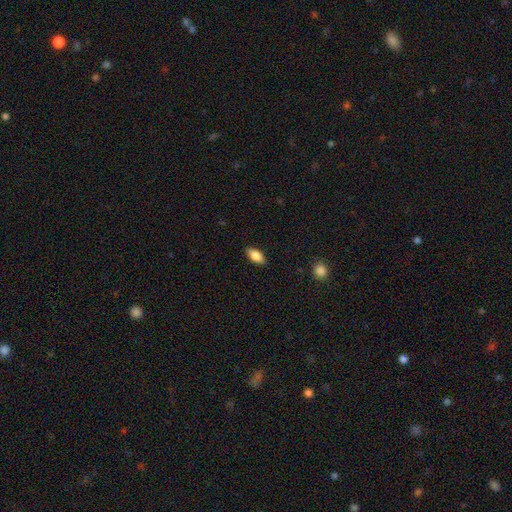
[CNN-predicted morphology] smooth 84%, featured or disk 9%, star or artifact 7%. Down the decision tree: how rounded — in between (88%); merging — none (87%).